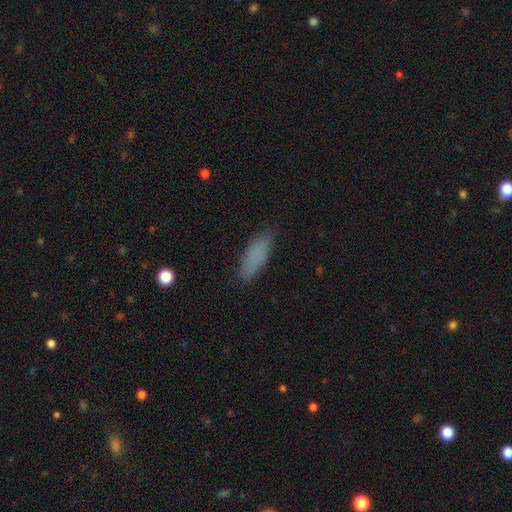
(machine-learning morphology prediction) The model was most divided on "how rounded": in between: 65%, cigar-shaped: 33%, round: 2%. More confident: smooth or featured — smooth (84%); merging — none (83%).